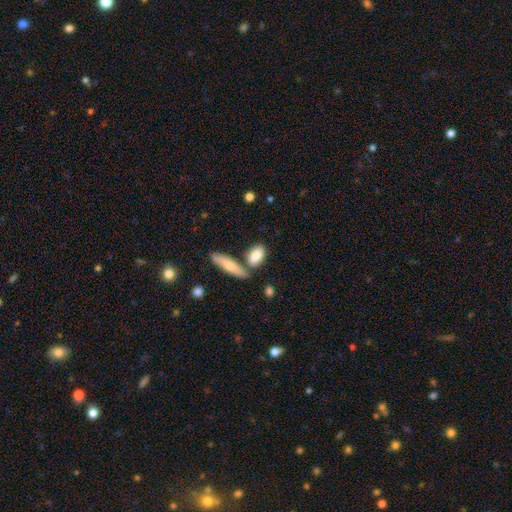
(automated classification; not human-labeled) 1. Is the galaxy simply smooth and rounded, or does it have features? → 82% smooth, 13% featured or disk, 6% star or artifact.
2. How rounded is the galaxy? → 81% in between, 13% cigar-shaped, 6% round.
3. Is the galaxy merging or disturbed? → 62% none, 22% merger, 13% minor disturbance, 3% major disturbance.